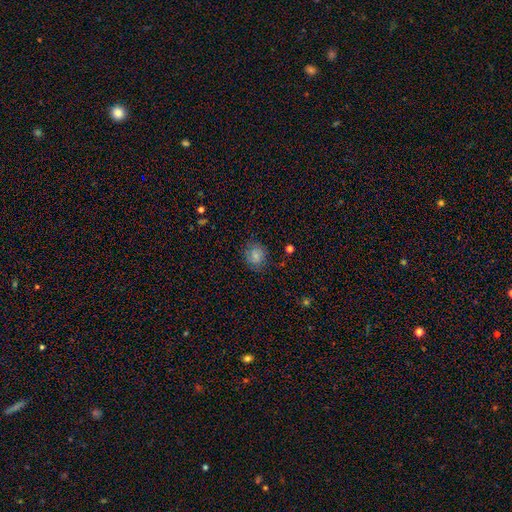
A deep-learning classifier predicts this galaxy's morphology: Smooth or featured? smooth (73%)
How rounded? round (73%)
Merging? none (77%)